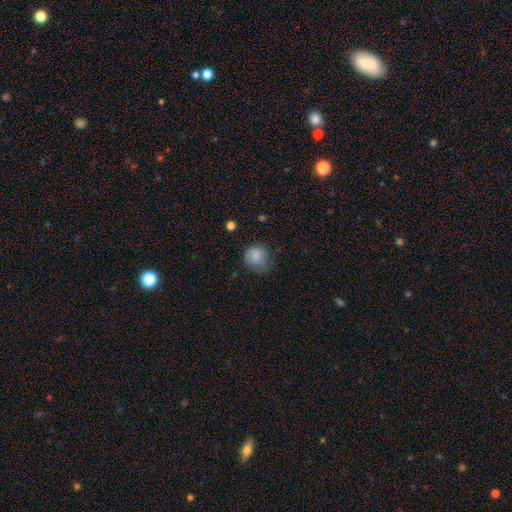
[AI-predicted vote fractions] Overall: smooth (82%). How rounded: round (78%). Merging: none (54%; minor disturbance 32%).